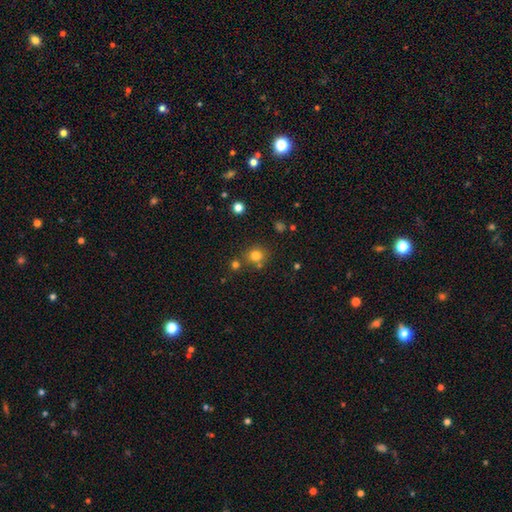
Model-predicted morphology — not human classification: Q: Smooth or featured?
A: smooth (77%); runner-up: star or artifact (16%)
Q: How rounded?
A: round (86%); runner-up: in between (13%)
Q: Merging?
A: none (73%); runner-up: merger (15%)